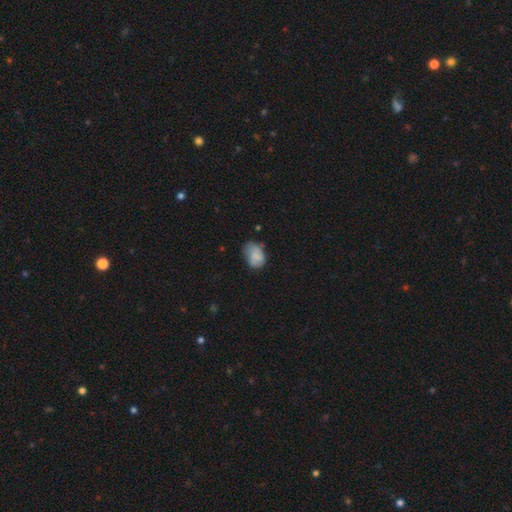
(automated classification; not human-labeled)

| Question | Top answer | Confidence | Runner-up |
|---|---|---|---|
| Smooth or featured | smooth | 78% | featured or disk (13%) |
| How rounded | in between | 75% | round (24%) |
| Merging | none | 45% | minor disturbance (38%) |